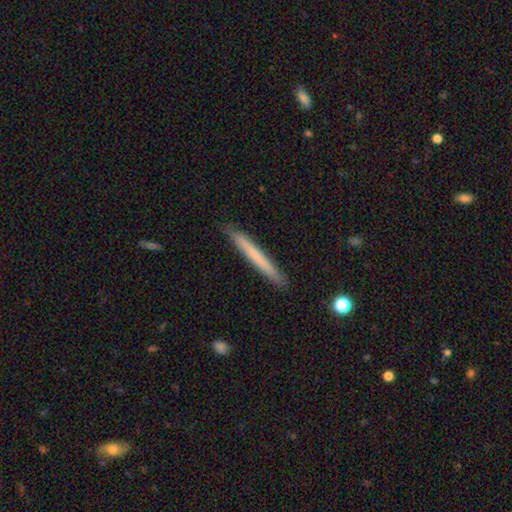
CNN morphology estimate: The model was most divided on "smooth or featured": smooth: 65%, featured or disk: 29%, star or artifact: 6%. More confident: how rounded — cigar-shaped (97%); merging — none (91%).